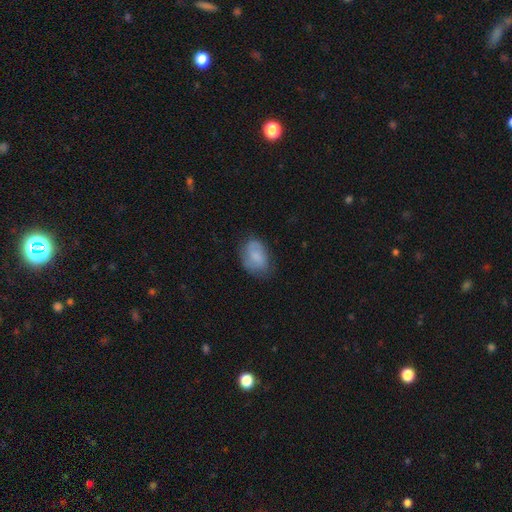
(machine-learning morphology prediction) smooth_or_featured: smooth (p=0.71) [alt: featured or disk p=0.21]
how_rounded: in between (p=0.84) [alt: round p=0.15]
merging: none (p=0.62) [alt: minor disturbance p=0.27]